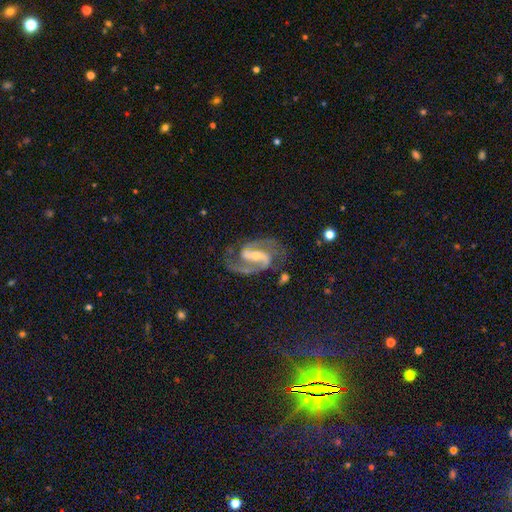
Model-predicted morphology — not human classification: A featured or disk galaxy (92%) with a strong bar (49%), 2 (93%) medium (63%) spiral arms (98%) and a small central bulge (56%).

Vote fractions:
- Smooth or featured? featured or disk: 92% / star or artifact: 5% / smooth: 3%
- Edge-on disk? no: 98% / yes: 2%
- Bar? strong: 49% / weak: 36% / no: 15%
- Spiral arms? yes: 98% / no: 2%
- Spiral winding? medium: 63% / tight: 21% / loose: 16%
- Spiral arm count? 2: 93% / can't tell: 2% / 1: 2% / 3: 1% / 4: 1% / more than 4: 1%
- Bulge size? small: 56% / moderate: 38% / none: 2% / large: 2% / dominant: 1%
- Merging? none: 75% / minor disturbance: 15% / major disturbance: 8% / merger: 2%